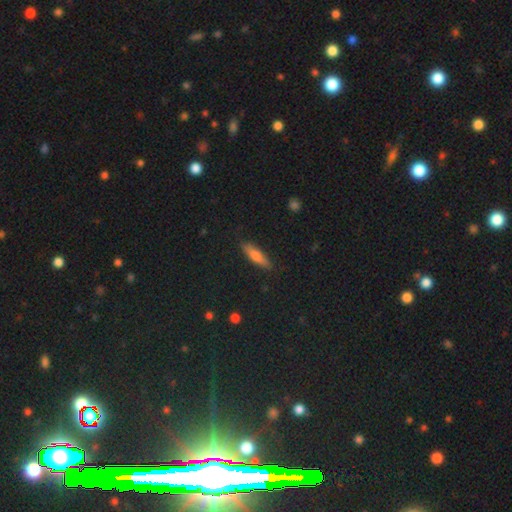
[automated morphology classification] Smooth or featured? Predicted: smooth (p=0.68). How rounded? Predicted: cigar-shaped (p=0.68). Merging? Predicted: none (p=0.86).